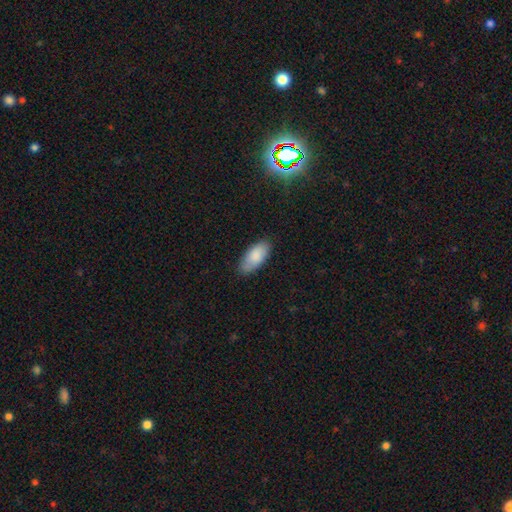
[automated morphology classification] smooth 87%, featured or disk 7%, star or artifact 6%. Down the decision tree: how rounded — in between (89%); merging — none (82%).